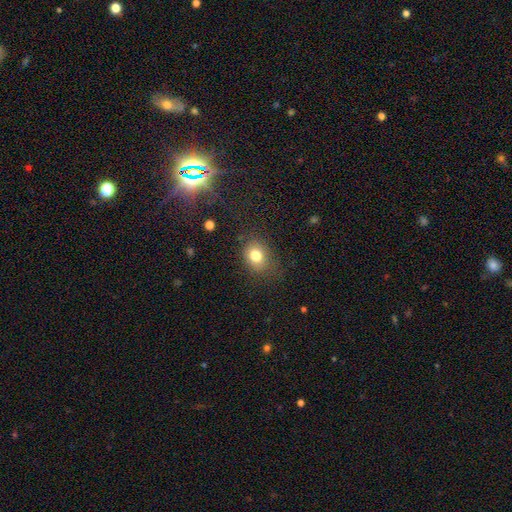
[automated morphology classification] smooth-or-featured: smooth: 80% | star or artifact: 11% | featured or disk: 8%
  how-rounded: round: 53% | in between: 46% | cigar-shaped: 1%
  merging: none: 75% | minor disturbance: 17% | major disturbance: 6% | merger: 2%